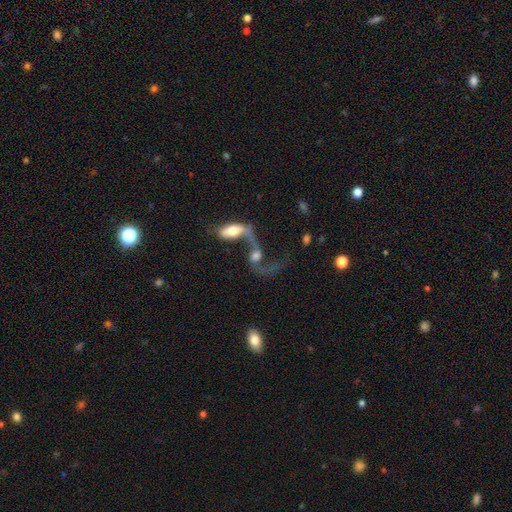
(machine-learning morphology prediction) Overall: featured or disk (61%; smooth 29%). Edge-on disk: no (89%). Bar: no (63%; weak 28%). Spiral arms: yes (69%; no 31%). Bulge size: moderate (40%; large 28%). Merging: merger (70%).